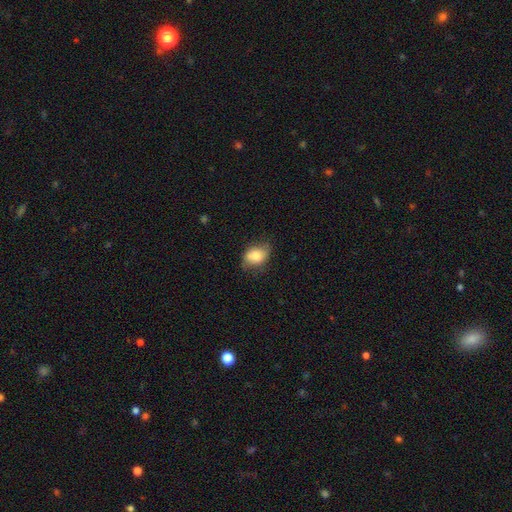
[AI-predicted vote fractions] A smooth galaxy with no disk features (72%) that is in between round and cigar-shaped (71%).

Vote fractions:
- Smooth or featured? smooth: 72% / featured or disk: 19% / star or artifact: 8%
- How rounded? in between: 71% / round: 27% / cigar-shaped: 1%
- Merging? none: 65% / minor disturbance: 26% / major disturbance: 6% / merger: 2%